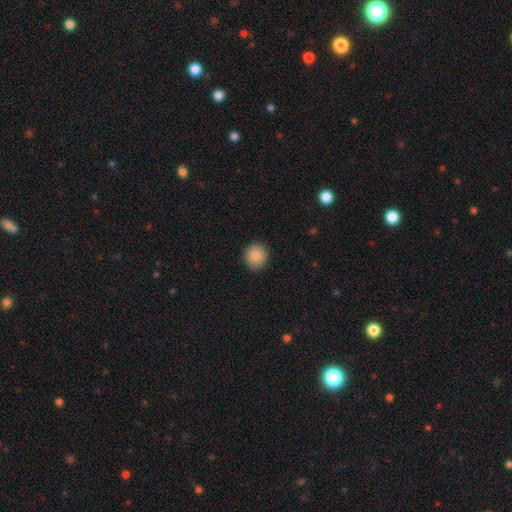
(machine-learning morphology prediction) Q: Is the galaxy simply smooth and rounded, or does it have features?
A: smooth — 87%.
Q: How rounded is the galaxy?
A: round — 91%.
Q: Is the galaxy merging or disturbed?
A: none — 92%.